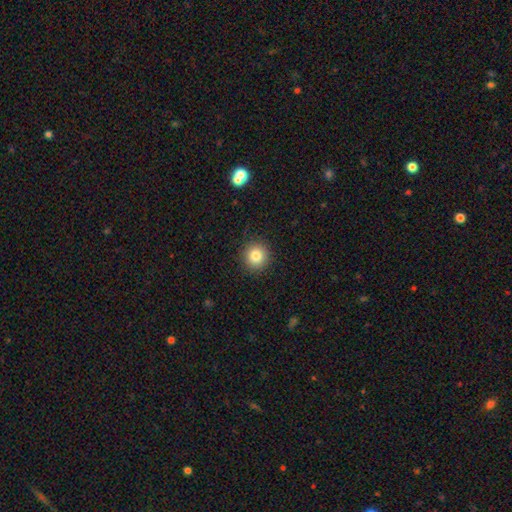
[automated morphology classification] smooth 83%, star or artifact 11%, featured or disk 7%. Down the decision tree: how rounded — round (93%); merging — none (91%).